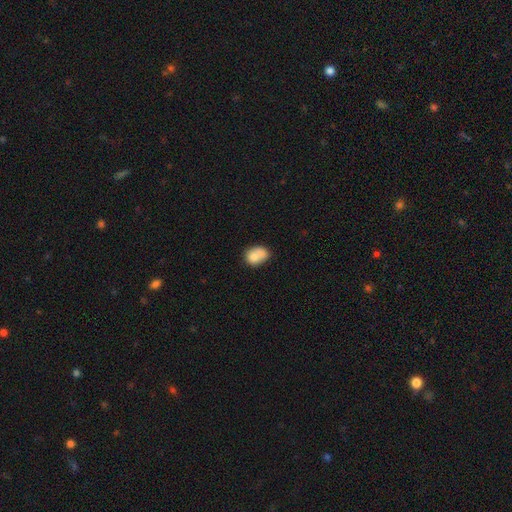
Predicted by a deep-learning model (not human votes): Morphology: type=smooth (75%); roundness=in between (61%); merging=none (38%).